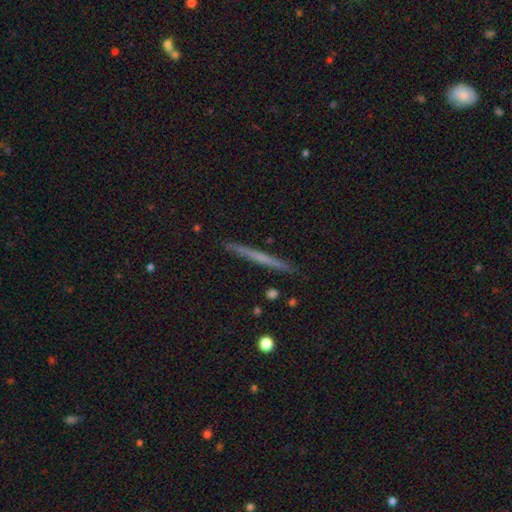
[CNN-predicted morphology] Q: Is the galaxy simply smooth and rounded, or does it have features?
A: featured or disk — 48%.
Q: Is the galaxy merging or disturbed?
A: none — 91%.